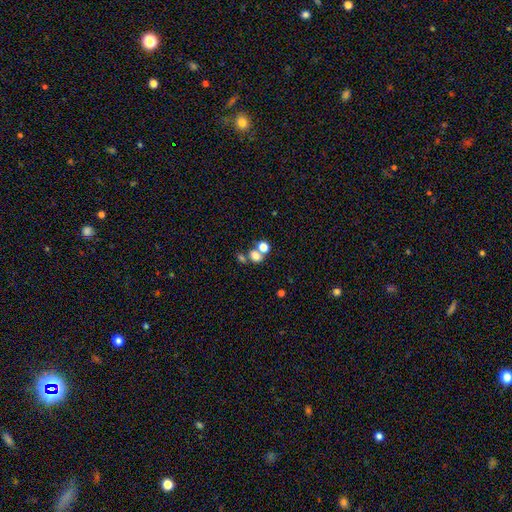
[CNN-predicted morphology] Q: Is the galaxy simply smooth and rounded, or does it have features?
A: smooth — 72%.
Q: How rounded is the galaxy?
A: in between — 50%.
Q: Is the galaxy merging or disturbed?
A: merger — 47%.